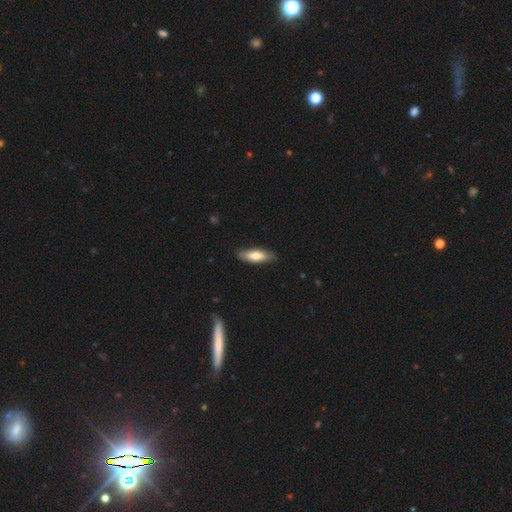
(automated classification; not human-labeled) This appears to be a smooth galaxy with no disk features (74%) that is in between round and cigar-shaped (55%). Merging: none (86%).